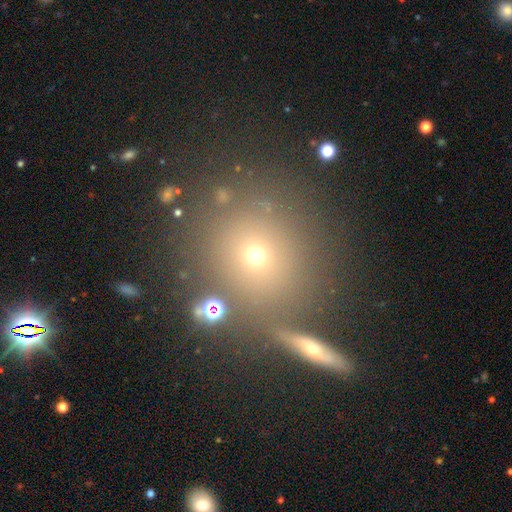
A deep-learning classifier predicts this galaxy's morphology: A smooth galaxy with no disk features (59%) that is round (88%). Merging: none (78%).